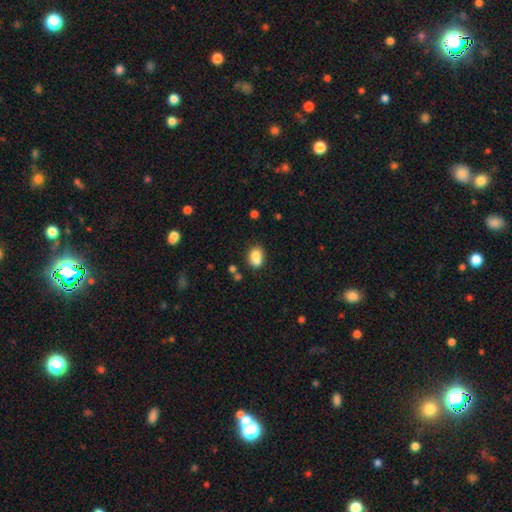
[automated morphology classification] A smooth galaxy with no disk features (76%) that is in between round and cigar-shaped (60%). Merging: merger (44%).